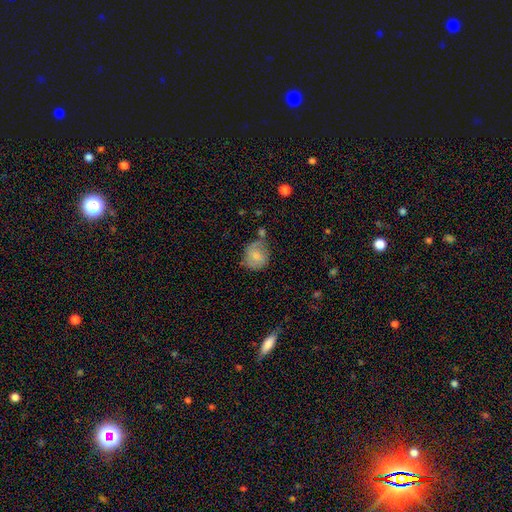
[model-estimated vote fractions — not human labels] Q: Smooth or featured?
A: smooth (67%); runner-up: featured or disk (25%)
Q: How rounded?
A: round (73%); runner-up: in between (26%)
Q: Merging?
A: none (49%); runner-up: minor disturbance (28%)